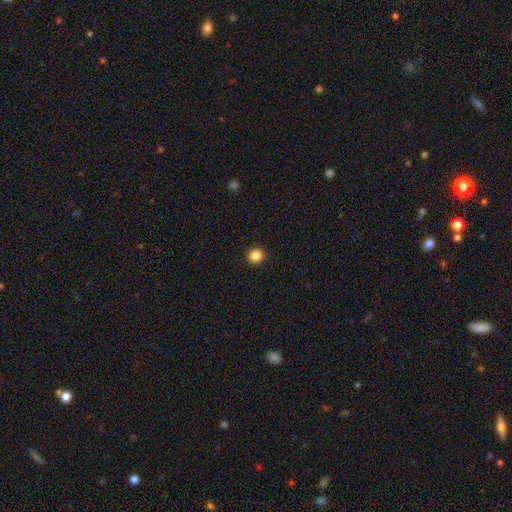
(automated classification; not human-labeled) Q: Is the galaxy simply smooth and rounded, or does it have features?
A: smooth — 85%.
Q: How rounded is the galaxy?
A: round — 94%.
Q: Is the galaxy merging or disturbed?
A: none — 93%.